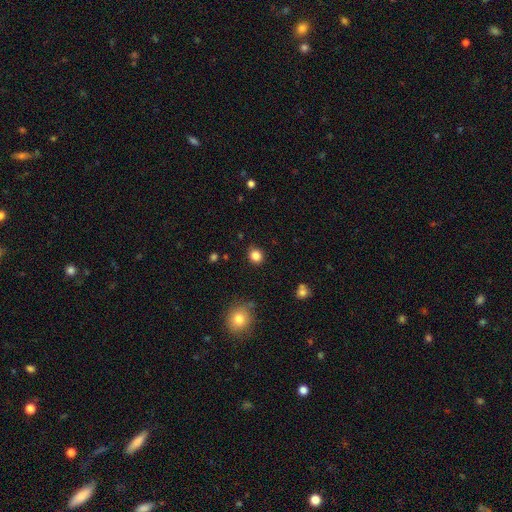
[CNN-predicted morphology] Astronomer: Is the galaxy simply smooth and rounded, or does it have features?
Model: smooth — 84%.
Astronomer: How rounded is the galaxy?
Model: round — 79%.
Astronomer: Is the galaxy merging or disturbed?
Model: none — 88%.